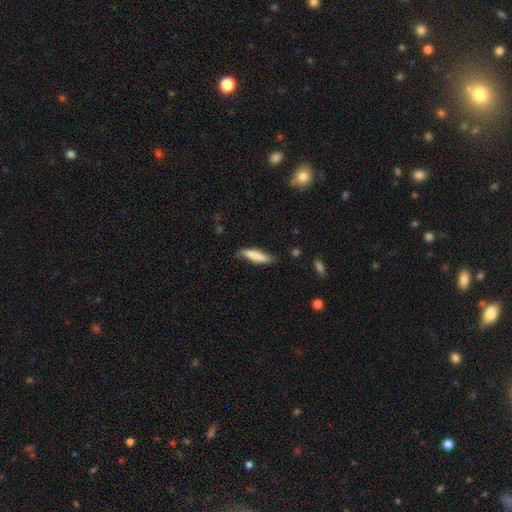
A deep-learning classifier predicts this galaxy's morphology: smooth-or-featured: smooth: 83% | featured or disk: 11% | star or artifact: 6%
  how-rounded: cigar-shaped: 68% | in between: 30% | round: 1%
  merging: none: 73% | minor disturbance: 22% | major disturbance: 4% | merger: 2%